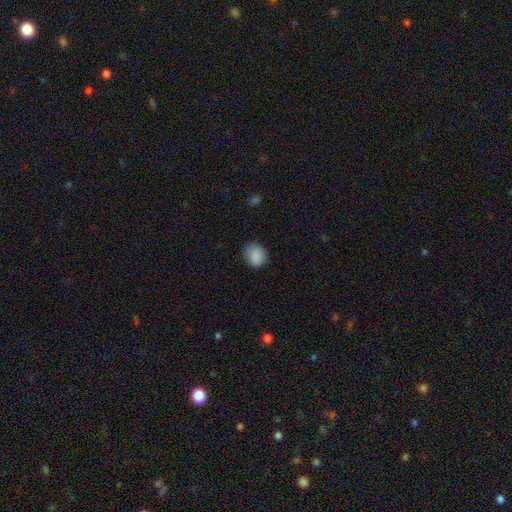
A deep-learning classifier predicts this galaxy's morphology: Q: Smooth or featured?
A: smooth (88%); runner-up: star or artifact (9%)
Q: How rounded?
A: round (60%); runner-up: in between (39%)
Q: Merging?
A: none (79%); runner-up: minor disturbance (17%)